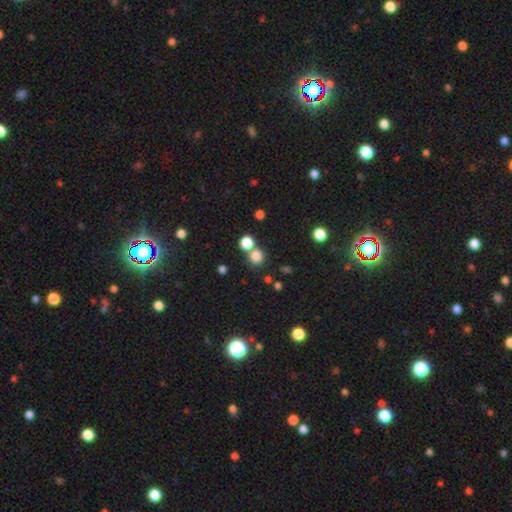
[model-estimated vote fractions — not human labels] This is likely a smooth galaxy (80%). How rounded: clearly round (89%). Merging: likely none (63%).